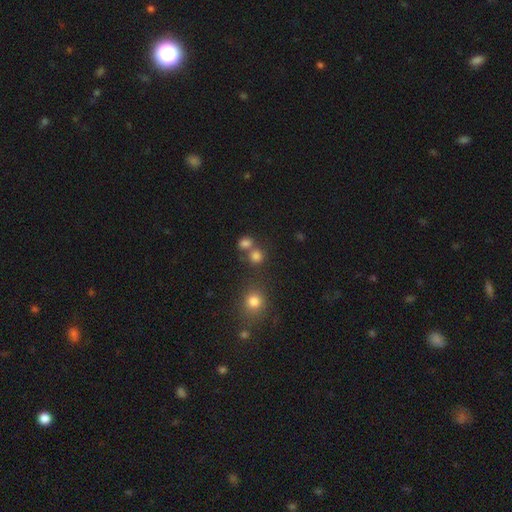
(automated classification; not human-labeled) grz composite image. It shows a smooth galaxy with no disk features (78%) that is round (83%). Merging: none (56%).